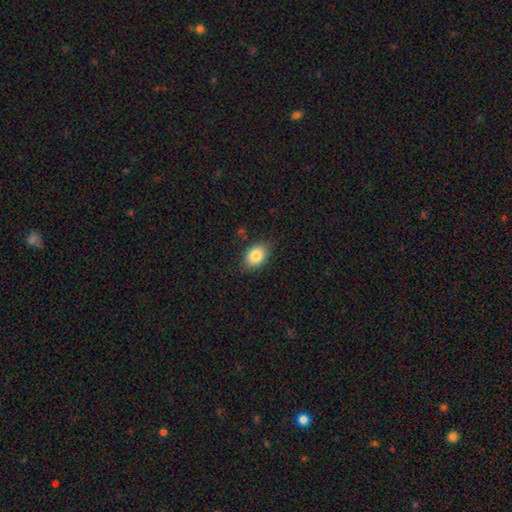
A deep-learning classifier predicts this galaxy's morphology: smooth_or_featured: smooth (p=0.85) [alt: star or artifact p=0.08]
how_rounded: in between (p=0.79) [alt: round p=0.20]
merging: none (p=0.83) [alt: minor disturbance p=0.13]